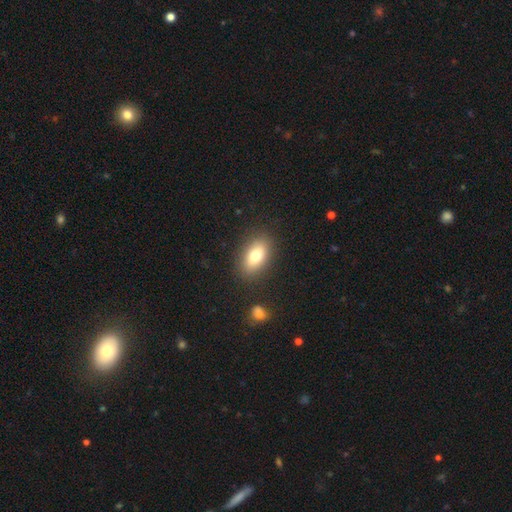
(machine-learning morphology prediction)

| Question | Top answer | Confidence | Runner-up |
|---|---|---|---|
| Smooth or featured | smooth | 76% | featured or disk (15%) |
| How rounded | in between | 87% | round (9%) |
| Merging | none | 85% | minor disturbance (10%) |